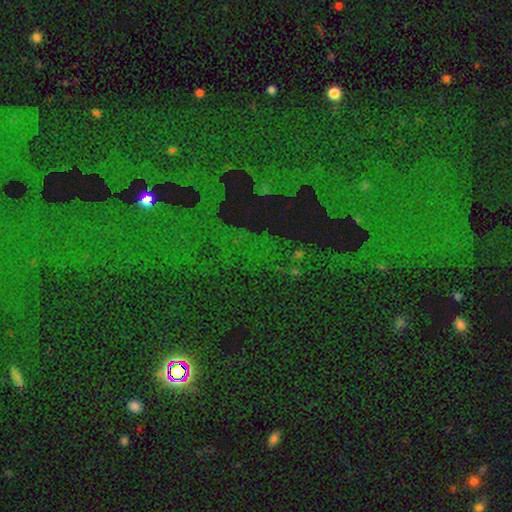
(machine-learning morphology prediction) smooth_or_featured: star or artifact (p=0.79) [alt: smooth p=0.12]